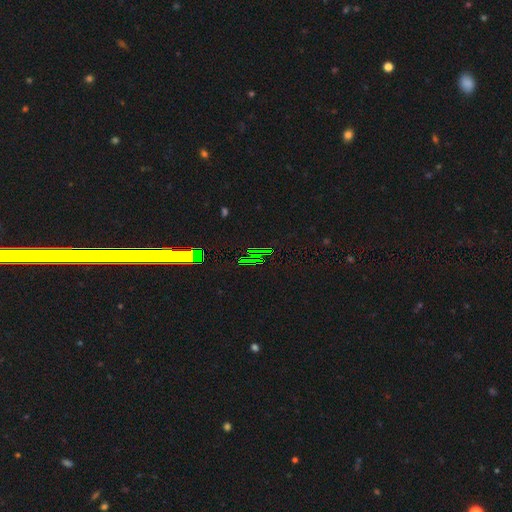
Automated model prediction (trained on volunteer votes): The model was most divided on "smooth or featured": star or artifact: 80%, smooth: 11%, featured or disk: 9%.